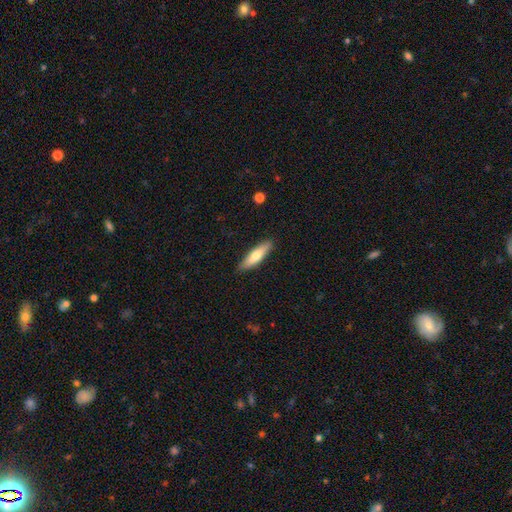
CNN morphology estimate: The model was most divided on "smooth or featured": smooth: 65%, featured or disk: 30%, star or artifact: 5%. More confident: merging — none (88%); how rounded — cigar-shaped (67%).